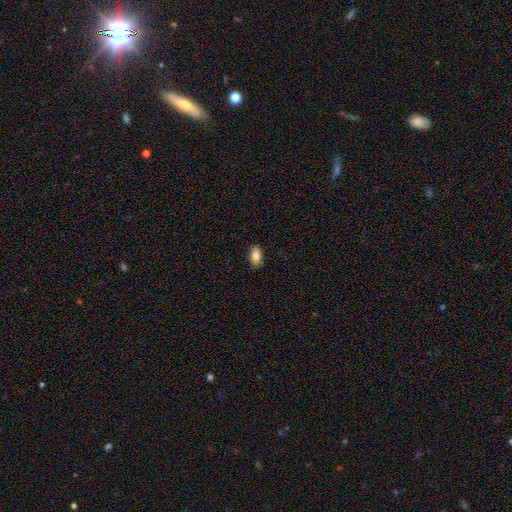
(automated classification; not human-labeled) Smooth or featured: smooth — 85% (star or artifact — 7%)
How rounded: in between — 91% (round — 5%)
Merging: none — 88% (minor disturbance — 9%)